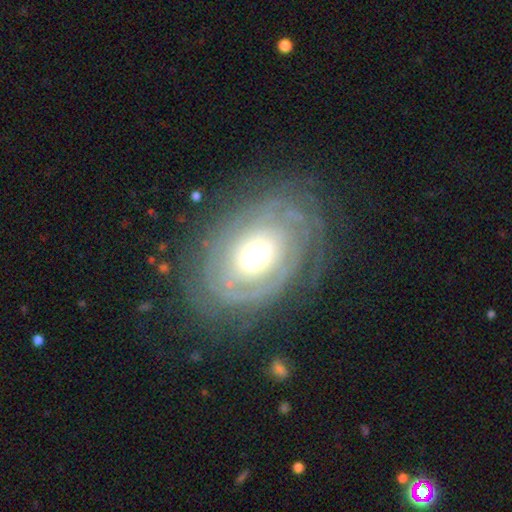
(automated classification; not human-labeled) This is clearly a featured or disk galaxy (80%). It is clearly not viewed edge-on (95%). Bar: likely no (77%). Spiral arm pattern: clearly yes (85%). Spiral arm count: possibly can't tell (46%). Spiral winding: likely tight (79%). Central bulge: likely moderate (64%). Merging: likely none (75%).